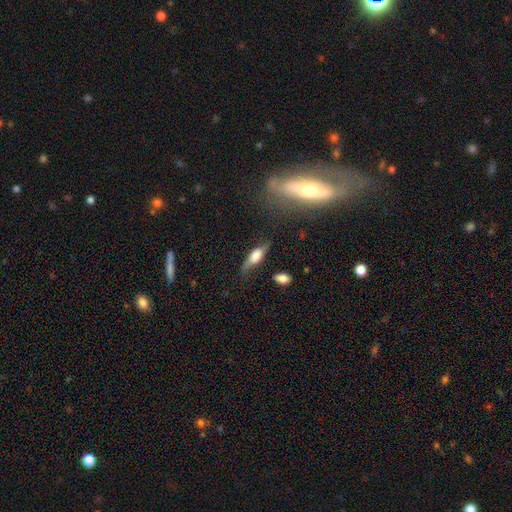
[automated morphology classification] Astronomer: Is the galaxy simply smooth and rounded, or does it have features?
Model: smooth — 48% (runner-up: featured or disk, 44%).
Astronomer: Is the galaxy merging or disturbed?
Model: none — 61%.